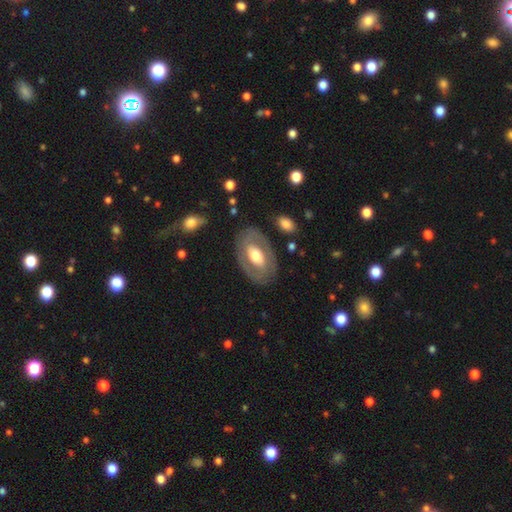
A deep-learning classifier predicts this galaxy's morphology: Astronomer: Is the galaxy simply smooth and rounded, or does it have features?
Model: featured or disk — 61%.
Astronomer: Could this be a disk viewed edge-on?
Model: no — 92%.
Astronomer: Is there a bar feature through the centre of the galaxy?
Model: no — 49% (runner-up: weak, 30%).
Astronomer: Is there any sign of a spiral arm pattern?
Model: no — 64%.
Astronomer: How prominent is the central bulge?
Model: moderate — 62%.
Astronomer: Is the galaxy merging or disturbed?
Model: none — 80%.